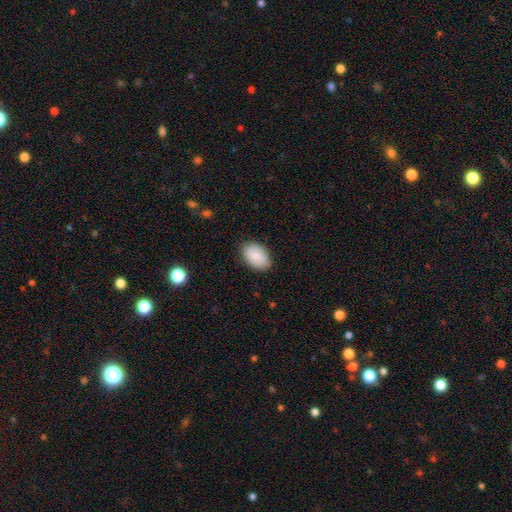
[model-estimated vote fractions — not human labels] Smooth or featured? smooth (85%)
How rounded? in between (90%)
Merging? none (84%)